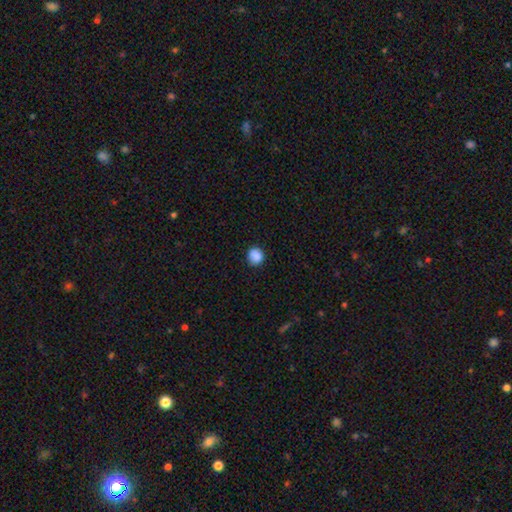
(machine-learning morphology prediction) smooth_or_featured: smooth (p=0.88) [alt: star or artifact p=0.09]
how_rounded: round (p=0.85) [alt: in between p=0.14]
merging: none (p=0.88) [alt: minor disturbance p=0.09]